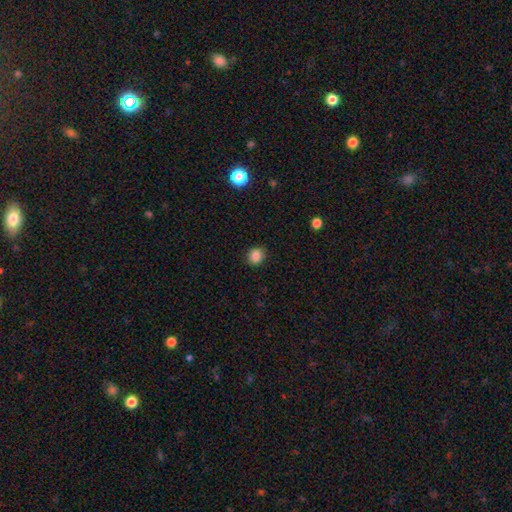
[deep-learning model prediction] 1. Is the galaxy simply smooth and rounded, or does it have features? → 86% smooth, 10% star or artifact, 4% featured or disk.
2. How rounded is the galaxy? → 76% round, 23% in between, 1% cigar-shaped.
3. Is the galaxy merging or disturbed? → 89% none, 8% minor disturbance, 2% major disturbance, 1% merger.